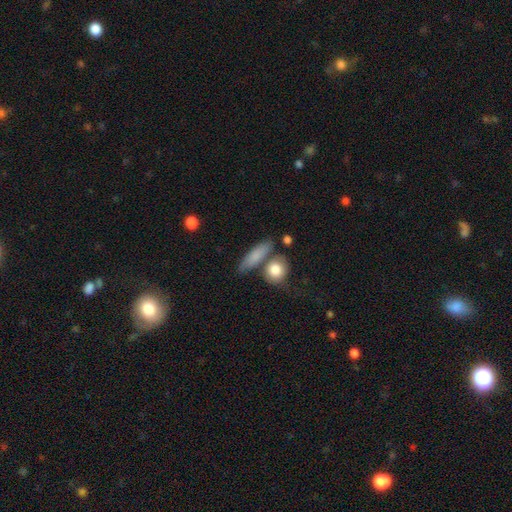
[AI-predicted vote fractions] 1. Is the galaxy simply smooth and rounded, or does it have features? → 77% smooth, 16% featured or disk, 6% star or artifact.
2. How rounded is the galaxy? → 56% cigar-shaped, 35% in between, 9% round.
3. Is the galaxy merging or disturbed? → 65% none, 16% merger, 14% minor disturbance, 5% major disturbance.